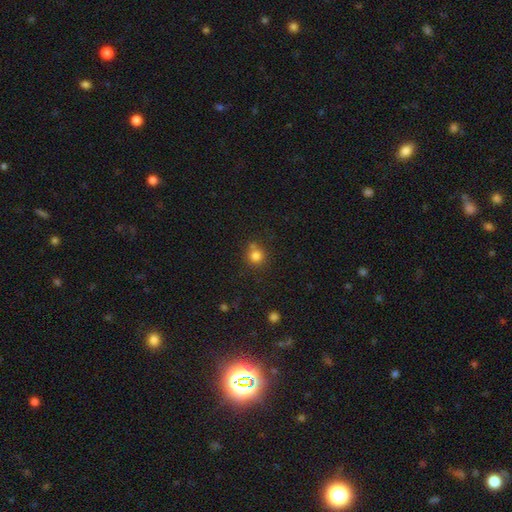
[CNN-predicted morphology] Smooth or featured?
  - smooth: 80% *
  - star or artifact: 14%
  - featured or disk: 7%
How rounded?
  - round: 91% *
  - in between: 8%
  - cigar-shaped: 1%
Merging?
  - none: 68% *
  - merger: 18%
  - minor disturbance: 11%
  - major disturbance: 3%